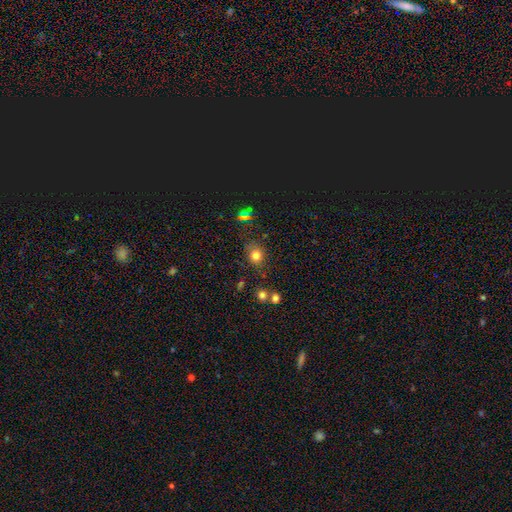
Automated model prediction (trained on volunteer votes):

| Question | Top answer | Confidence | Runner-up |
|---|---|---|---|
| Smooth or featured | smooth | 79% | star or artifact (14%) |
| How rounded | round | 69% | in between (30%) |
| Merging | none | 70% | minor disturbance (18%) |